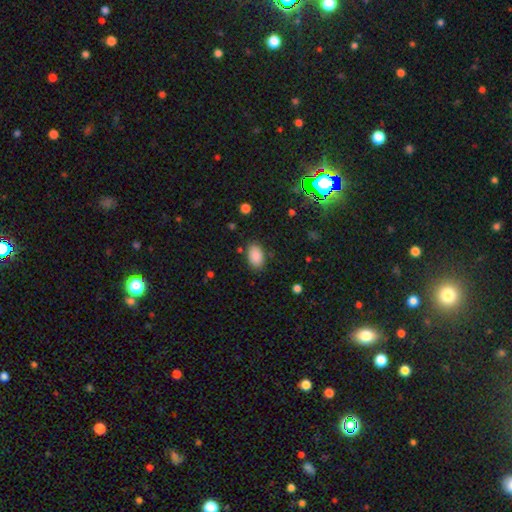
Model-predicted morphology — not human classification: The model was most divided on "merging": none: 83%, minor disturbance: 12%, major disturbance: 3%, merger: 2%. More confident: how rounded — in between (91%); smooth or featured — smooth (88%).